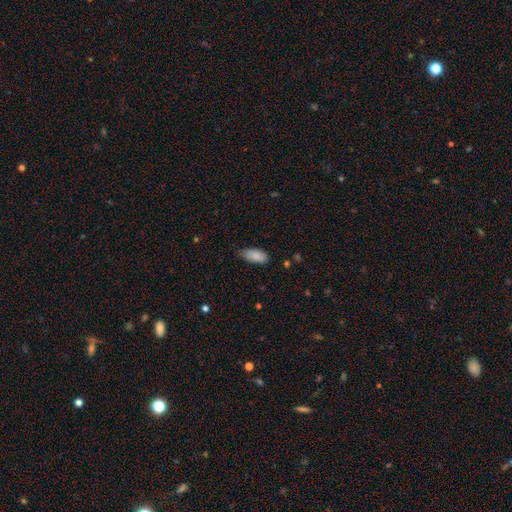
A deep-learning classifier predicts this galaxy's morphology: Overall: smooth (89%). How rounded: in between (91%). Merging: none (71%).